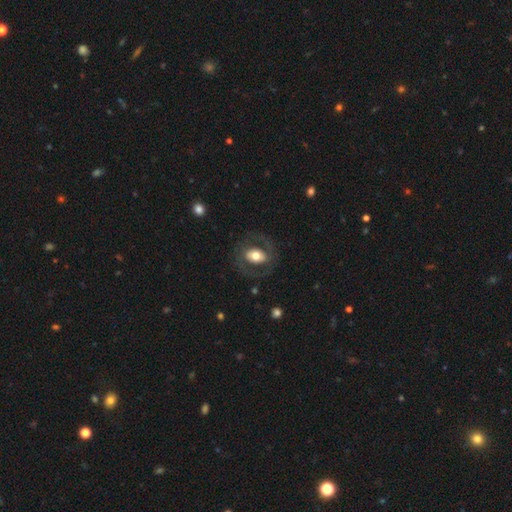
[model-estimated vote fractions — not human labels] Smooth or featured? featured or disk (48%)
Merging? none (76%)